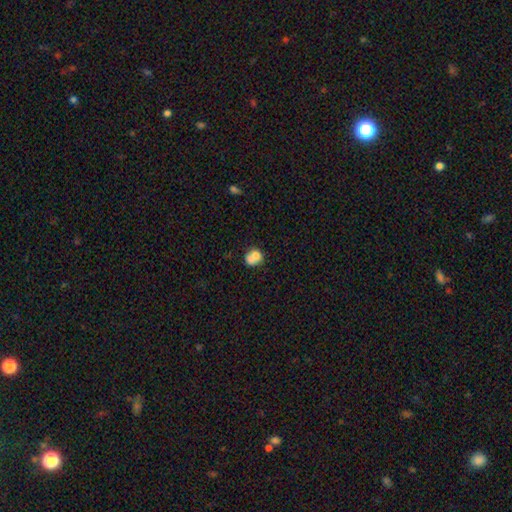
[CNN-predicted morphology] Smooth or featured? smooth (71%)
How rounded? round (67%)
Merging? merger (54%)